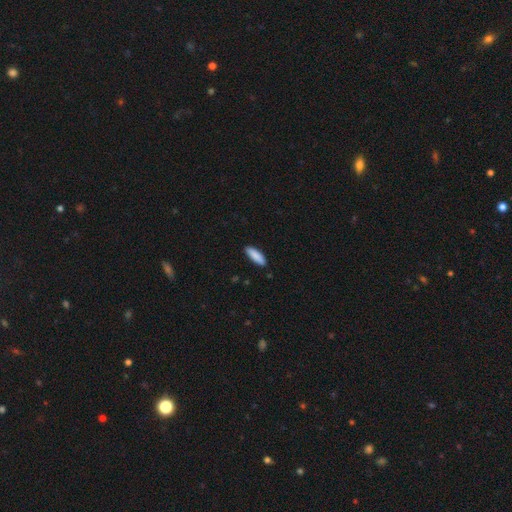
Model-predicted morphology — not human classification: Smooth or featured? smooth (89%)
How rounded? cigar-shaped (51%)
Merging? none (89%)